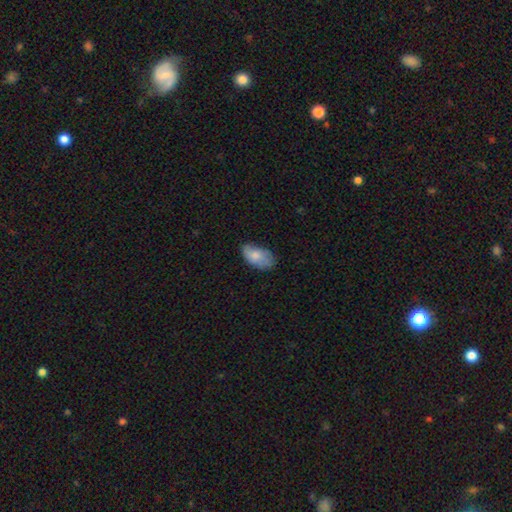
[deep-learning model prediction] This appears to be a smooth galaxy with no disk features (78%) that is in between round and cigar-shaped (93%). Merging: none (61%).